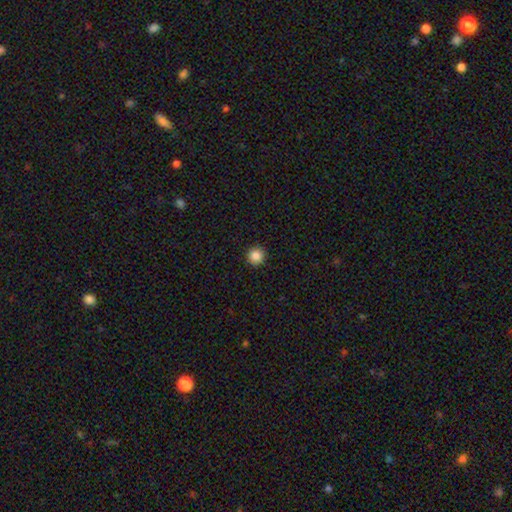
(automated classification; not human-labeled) This is clearly a smooth galaxy (86%). How rounded: clearly round (95%). Merging: clearly none (93%).